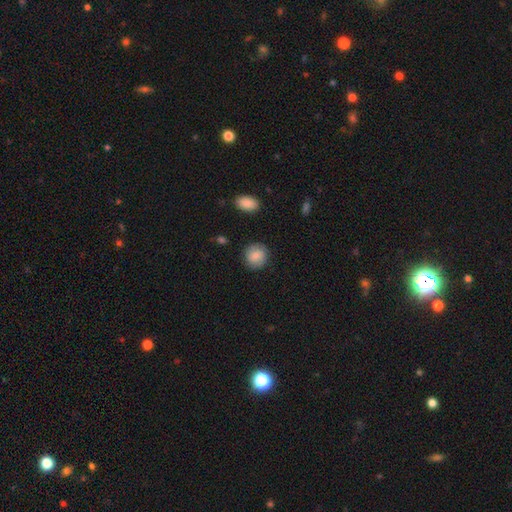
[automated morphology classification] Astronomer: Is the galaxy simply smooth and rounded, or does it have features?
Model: smooth — 75%.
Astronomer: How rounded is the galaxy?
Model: round — 85%.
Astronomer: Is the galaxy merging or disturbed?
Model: none — 86%.